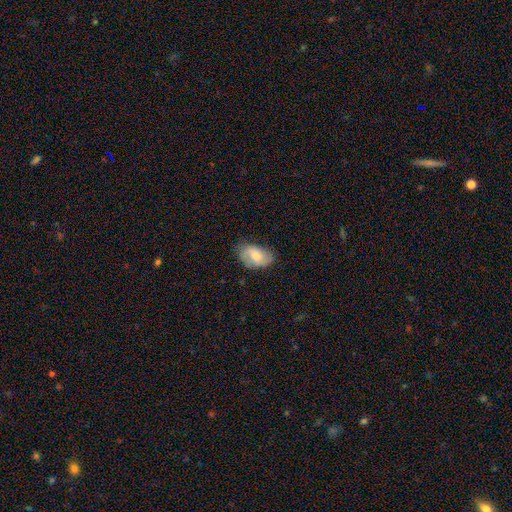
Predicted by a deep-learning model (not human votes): A smooth galaxy with no disk features (60%) that is in between round and cigar-shaped (90%). Merging: none (66%).